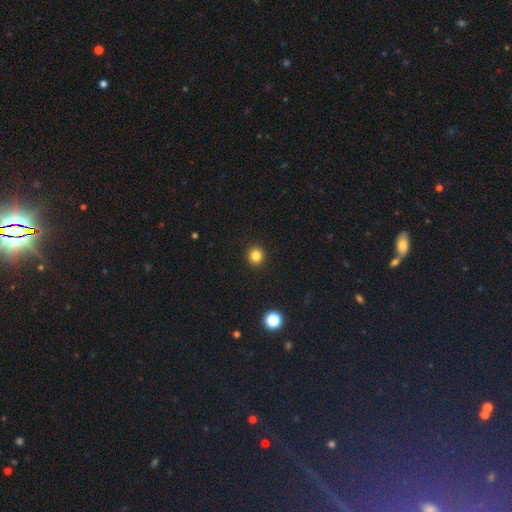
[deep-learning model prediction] Morphology: type=smooth (82%); roundness=round (94%); merging=none (94%).